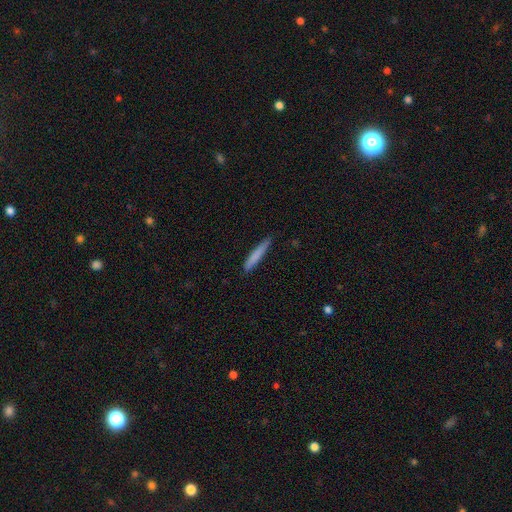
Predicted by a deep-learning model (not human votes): This is likely a smooth galaxy (77%). How rounded: clearly cigar-shaped (94%). Merging: clearly none (85%).